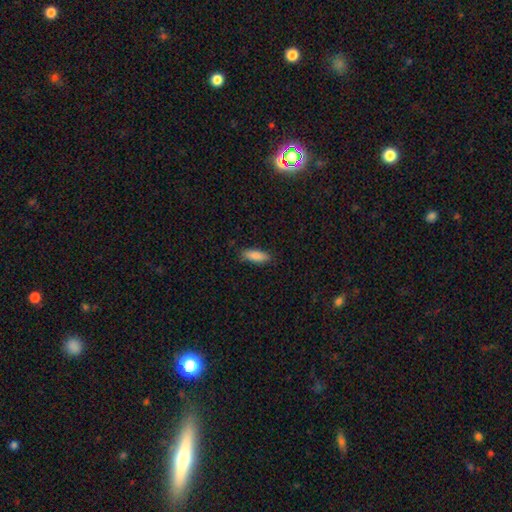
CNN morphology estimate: A smooth galaxy with no disk features (86%) that is in between round and cigar-shaped (58%).

Vote fractions:
- Smooth or featured? smooth: 86% / featured or disk: 7% / star or artifact: 6%
- How rounded? in between: 58% / cigar-shaped: 41% / round: 2%
- Merging? none: 84% / minor disturbance: 12% / major disturbance: 2% / merger: 1%